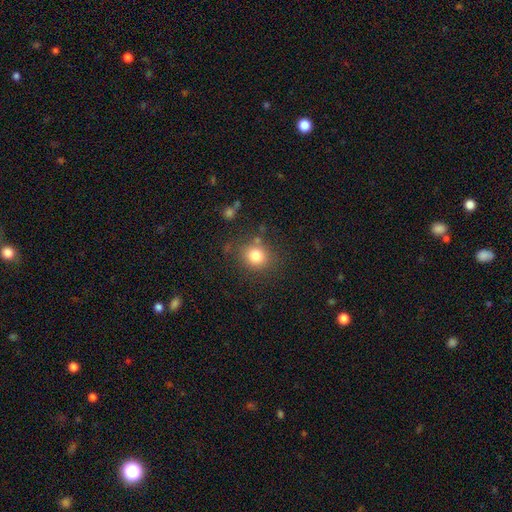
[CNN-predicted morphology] smooth-or-featured: smooth: 80% | star or artifact: 12% | featured or disk: 8%
  how-rounded: round: 79% | in between: 20% | cigar-shaped: 1%
  merging: none: 78% | minor disturbance: 13% | major disturbance: 5% | merger: 5%